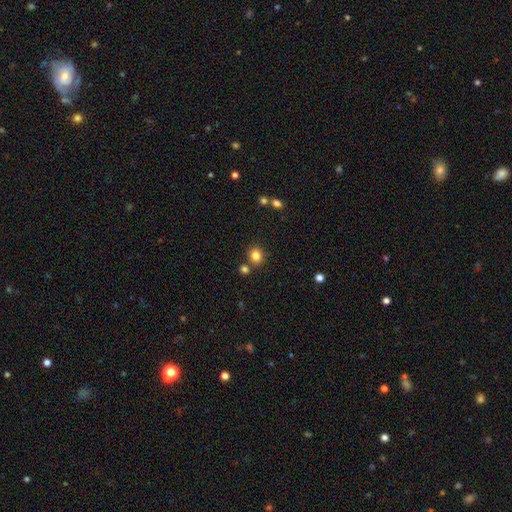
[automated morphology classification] The model was most divided on "how rounded": round: 77%, in between: 22%, cigar-shaped: 1%. More confident: smooth or featured — smooth (82%); merging — none (75%).